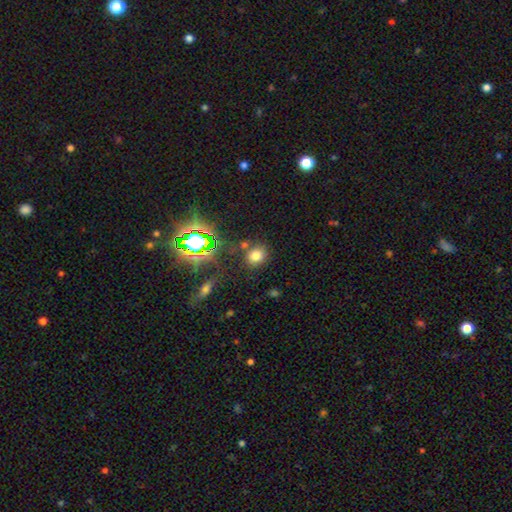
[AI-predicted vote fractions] Q: Smooth or featured?
A: smooth (71%); runner-up: star or artifact (22%)
Q: How rounded?
A: round (71%); runner-up: in between (28%)
Q: Merging?
A: none (78%); runner-up: minor disturbance (10%)